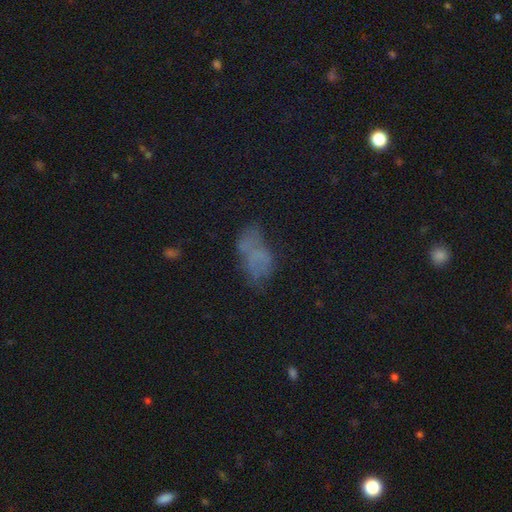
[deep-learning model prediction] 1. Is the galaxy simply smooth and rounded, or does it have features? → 46% smooth, 31% featured or disk, 23% star or artifact.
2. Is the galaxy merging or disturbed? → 46% none, 25% minor disturbance, 22% major disturbance, 7% merger.